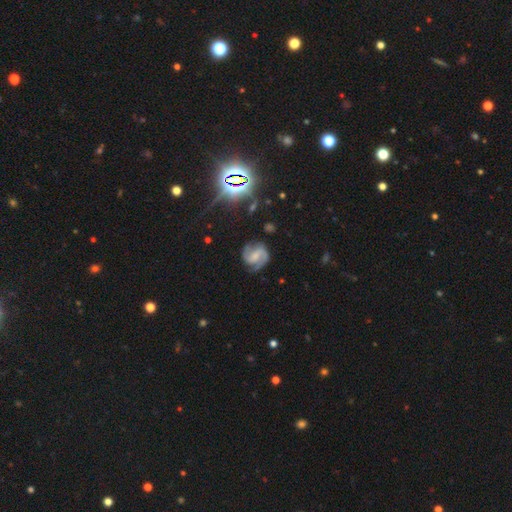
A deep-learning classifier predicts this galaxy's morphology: Q: Smooth or featured?
A: featured or disk (83%); runner-up: smooth (10%)
Q: Edge-on disk?
A: no (98%); runner-up: yes (2%)
Q: Bar?
A: weak (48%); runner-up: no (29%)
Q: Spiral arms?
A: yes (97%); runner-up: no (3%)
Q: Spiral winding?
A: medium (52%); runner-up: tight (31%)
Q: Spiral arm count?
A: 2 (86%); runner-up: can't tell (5%)
Q: Bulge size?
A: small (38%); runner-up: moderate (29%)
Q: Merging?
A: none (76%); runner-up: minor disturbance (15%)